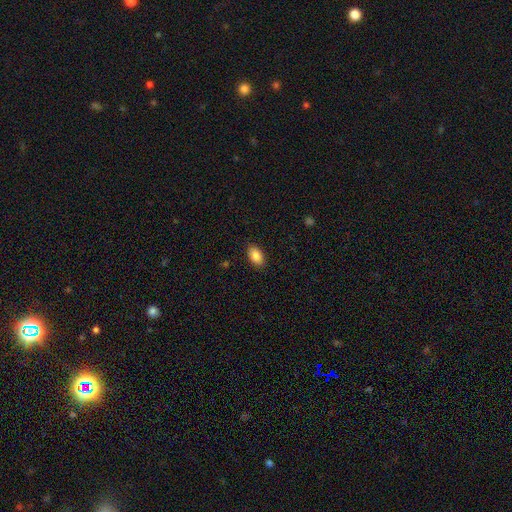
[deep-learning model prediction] smooth-or-featured: smooth: 85% | star or artifact: 7% | featured or disk: 7%
  how-rounded: in between: 92% | round: 7% | cigar-shaped: 2%
  merging: none: 88% | minor disturbance: 9% | major disturbance: 2% | merger: 1%